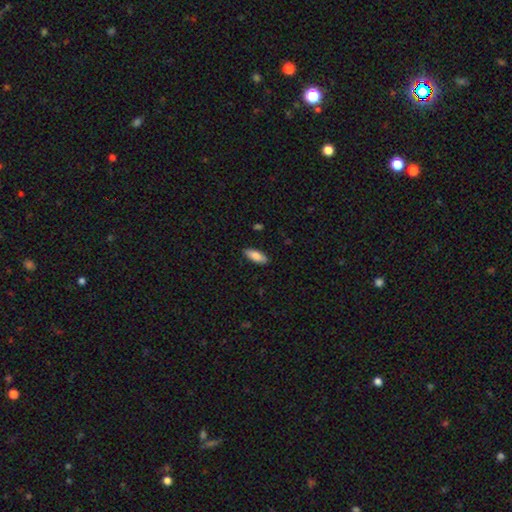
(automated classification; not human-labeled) This appears to be a smooth galaxy with no disk features (82%) that is in between round and cigar-shaped (78%). Merging: none (88%).